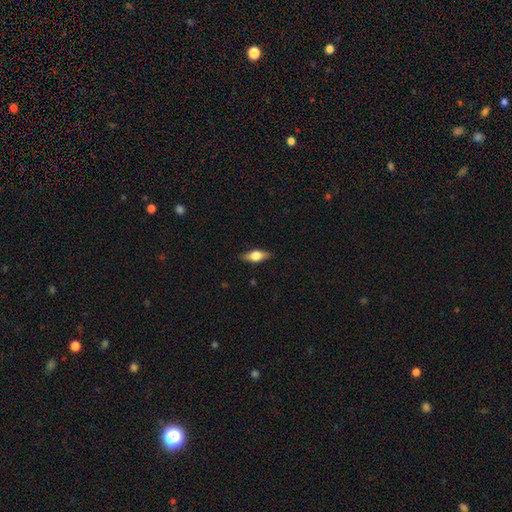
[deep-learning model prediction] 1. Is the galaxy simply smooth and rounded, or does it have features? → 52% smooth, 41% featured or disk, 8% star or artifact.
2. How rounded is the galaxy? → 73% in between, 20% cigar-shaped, 7% round.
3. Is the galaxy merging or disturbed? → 85% none, 12% minor disturbance, 3% major disturbance, 1% merger.